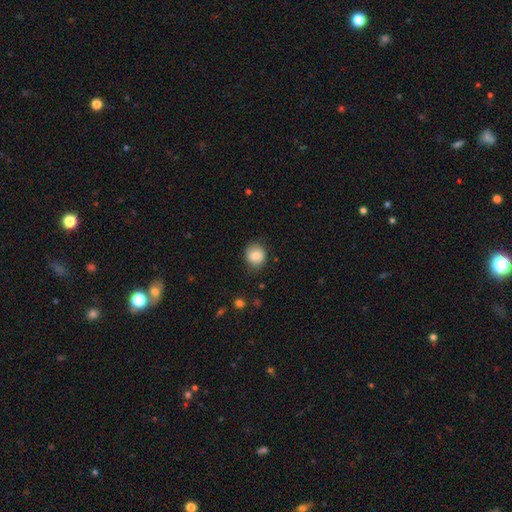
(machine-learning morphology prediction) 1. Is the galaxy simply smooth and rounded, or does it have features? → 86% smooth, 8% star or artifact, 6% featured or disk.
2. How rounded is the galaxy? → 76% round, 23% in between, 1% cigar-shaped.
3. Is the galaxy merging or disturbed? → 77% none, 18% minor disturbance, 4% major disturbance, 1% merger.